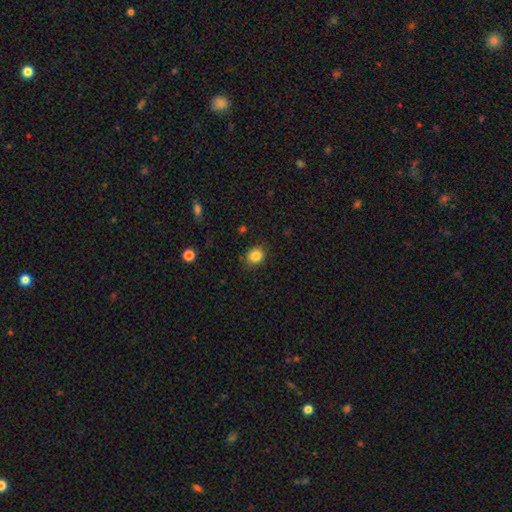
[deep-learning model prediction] A smooth galaxy with no disk features (85%) that is round (74%).

Vote fractions:
- Smooth or featured? smooth: 85% / star or artifact: 11% / featured or disk: 5%
- How rounded? round: 74% / in between: 25% / cigar-shaped: 1%
- Merging? none: 84% / minor disturbance: 12% / major disturbance: 3% / merger: 1%